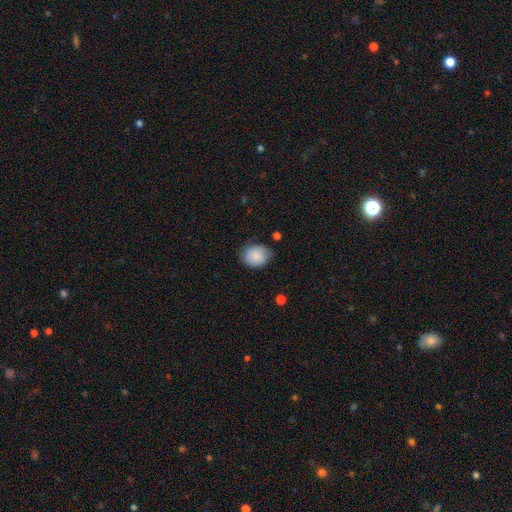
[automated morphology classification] Smooth or featured?
  - smooth: 85% *
  - featured or disk: 8%
  - star or artifact: 7%
How rounded?
  - in between: 50% *
  - round: 49%
  - cigar-shaped: 1%
Merging?
  - none: 70% *
  - minor disturbance: 24%
  - major disturbance: 4%
  - merger: 2%